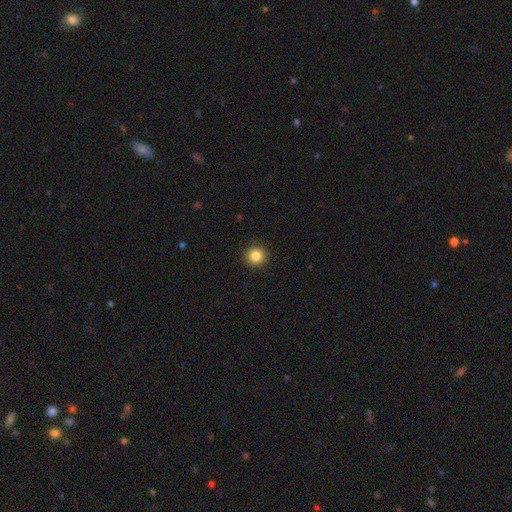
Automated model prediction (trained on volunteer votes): A smooth galaxy with no disk features (85%) that is round (94%).

Vote fractions:
- Smooth or featured? smooth: 85% / star or artifact: 11% / featured or disk: 4%
- How rounded? round: 94% / in between: 5% / cigar-shaped: 1%
- Merging? none: 92% / minor disturbance: 5% / major disturbance: 2% / merger: 1%